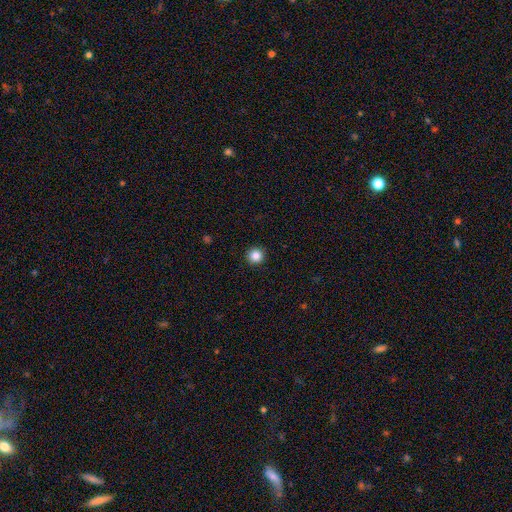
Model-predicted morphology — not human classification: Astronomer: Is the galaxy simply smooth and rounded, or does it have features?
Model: smooth — 86%.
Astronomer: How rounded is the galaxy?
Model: round — 96%.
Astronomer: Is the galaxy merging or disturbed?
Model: none — 93%.